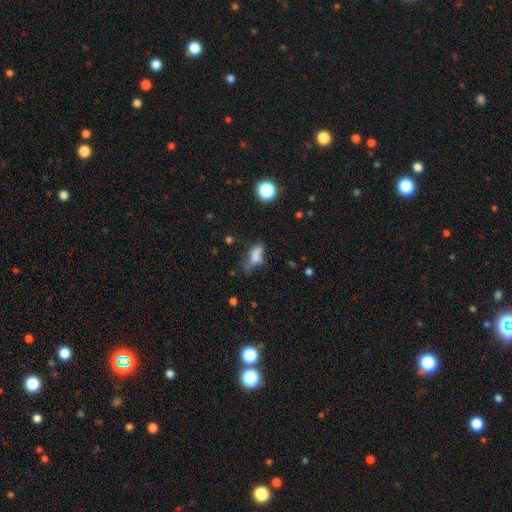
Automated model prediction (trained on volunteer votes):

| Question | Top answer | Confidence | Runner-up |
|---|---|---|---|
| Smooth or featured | smooth | 68% | featured or disk (18%) |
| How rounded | in between | 81% | cigar-shaped (12%) |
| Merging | none | 34% | minor disturbance (32%) |